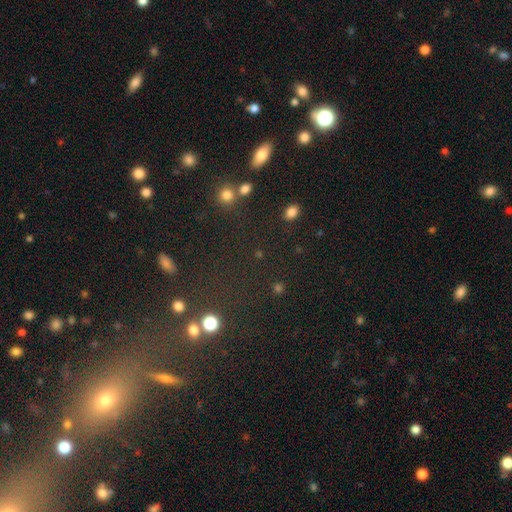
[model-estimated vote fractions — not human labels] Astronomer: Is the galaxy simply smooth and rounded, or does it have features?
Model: star or artifact — 56% (runner-up: smooth, 34%).